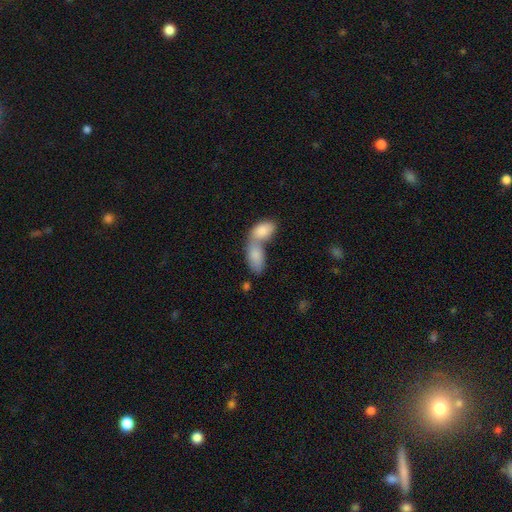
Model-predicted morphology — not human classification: Smooth or featured? Predicted: smooth (p=0.82). How rounded? Predicted: in between (p=0.91). Merging? Predicted: merger (p=0.71).